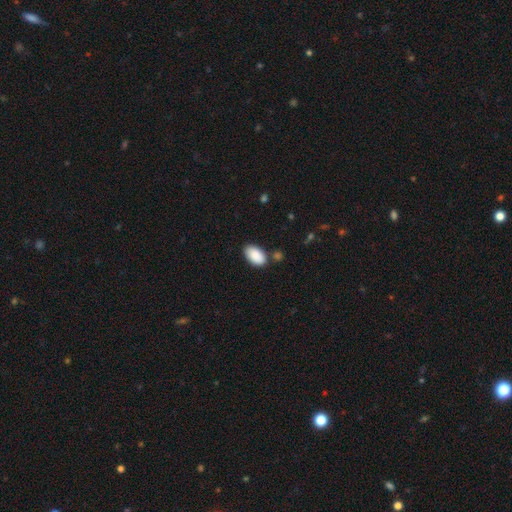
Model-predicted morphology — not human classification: Smooth or featured? smooth (90%)
How rounded? in between (95%)
Merging? none (74%)